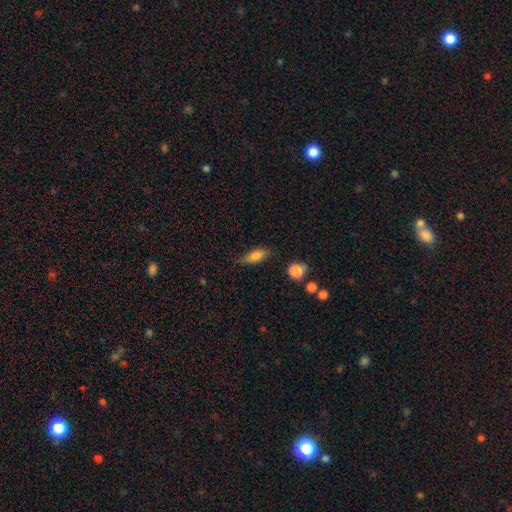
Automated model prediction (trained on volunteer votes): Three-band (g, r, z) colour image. It shows a smooth galaxy with no disk features (79%) that is in between round and cigar-shaped (70%). Merging: none (66%).